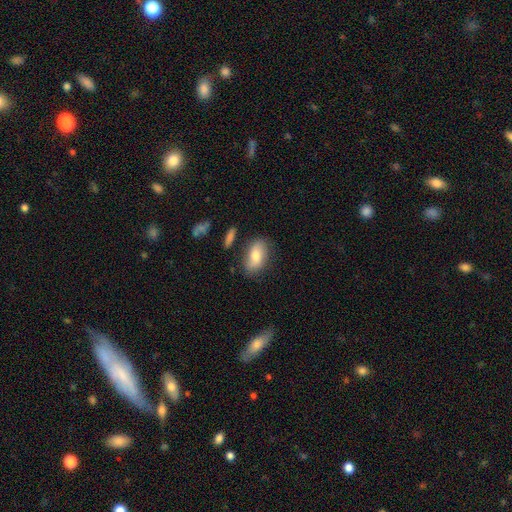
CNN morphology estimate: The model was most divided on "smooth or featured": smooth: 72%, featured or disk: 21%, star or artifact: 7%. More confident: how rounded — in between (89%); merging — none (74%).